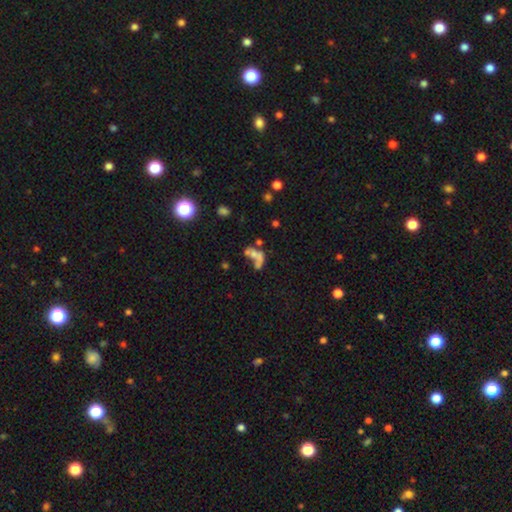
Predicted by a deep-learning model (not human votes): Smooth or featured? smooth (42%)
Merging? merger (48%)